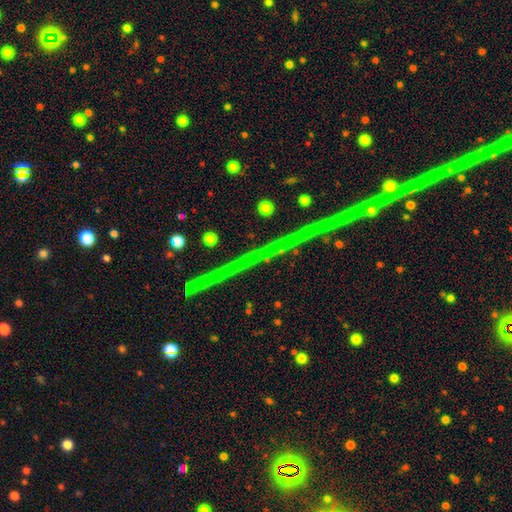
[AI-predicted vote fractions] A star or artifact, not a galaxy (70%).